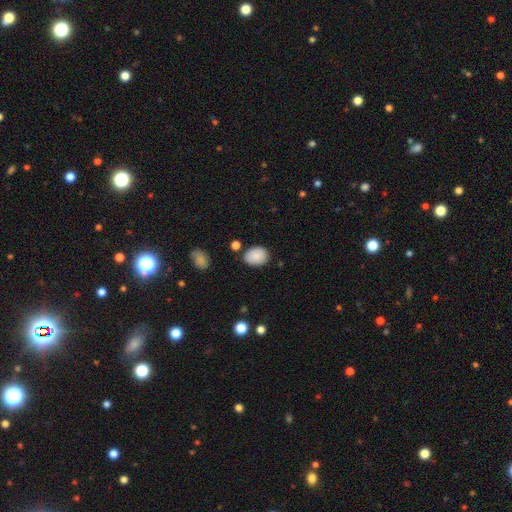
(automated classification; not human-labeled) smooth 88%, star or artifact 7%, featured or disk 5%. Down the decision tree: how rounded — in between (66%); merging — none (80%).